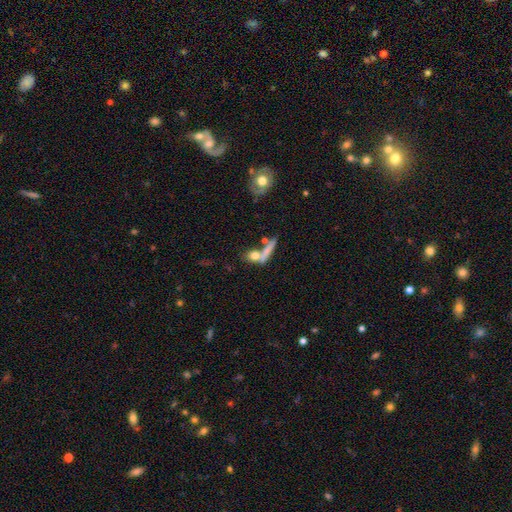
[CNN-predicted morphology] type=smooth (70%); roundness=cigar-shaped (38%); merging=none (50%).